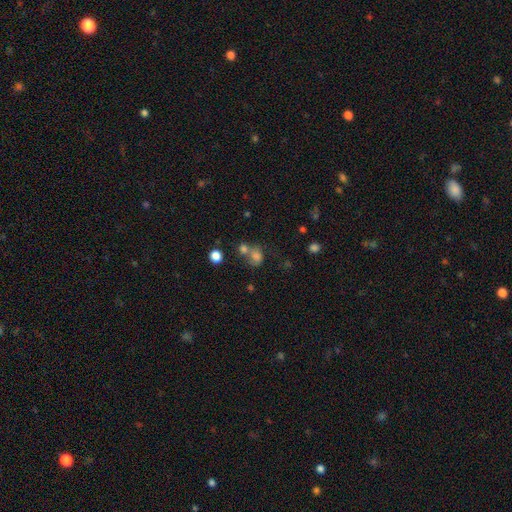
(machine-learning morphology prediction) Overall: smooth (71%). How rounded: round (56%; in between 43%). Merging: merger (43%; none 37%).